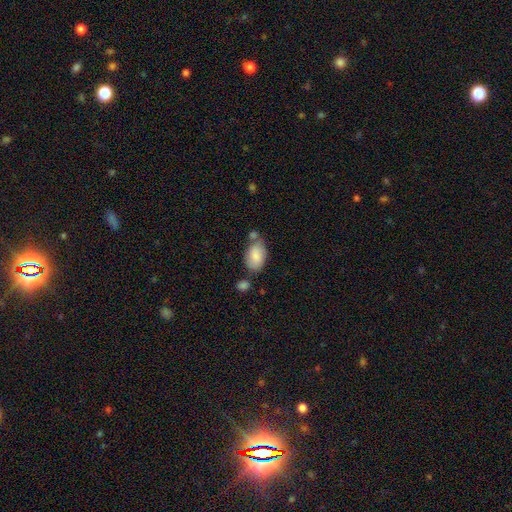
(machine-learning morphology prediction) type=smooth (84%); roundness=in between (92%); merging=none (54%).